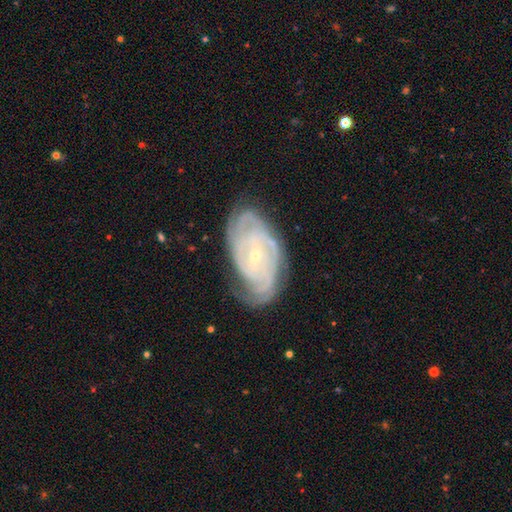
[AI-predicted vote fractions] A featured or disk galaxy (85%) with no bar (64%), tight (75%) spiral arms (96%) and a small central bulge (82%).

Vote fractions:
- Smooth or featured? featured or disk: 85% / smooth: 9% / star or artifact: 6%
- Edge-on disk? no: 95% / yes: 5%
- Bar? no: 64% / weak: 27% / strong: 9%
- Spiral arms? yes: 96% / no: 4%
- Spiral winding? tight: 75% / medium: 20% / loose: 4%
- Spiral arm count? can't tell: 32% / 3: 19% / 2: 19% / 4: 17% / more than 4: 7% / 1: 6%
- Bulge size? small: 82% / moderate: 15% / none: 1% / large: 1% / dominant: 1%
- Merging? none: 72% / minor disturbance: 20% / major disturbance: 6% / merger: 1%